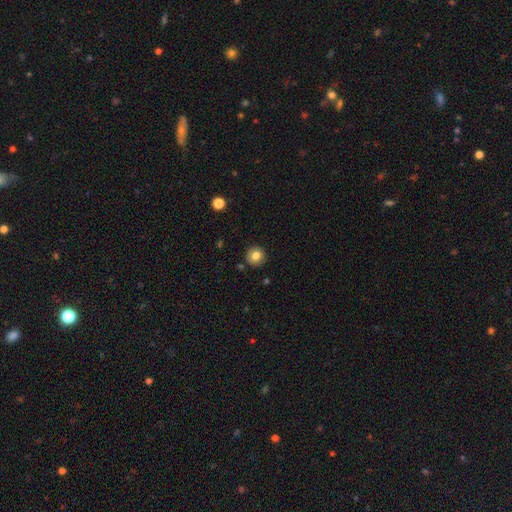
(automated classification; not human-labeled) Smooth or featured: smooth — 81% (star or artifact — 10%)
How rounded: round — 93% (in between — 6%)
Merging: none — 89% (minor disturbance — 7%)